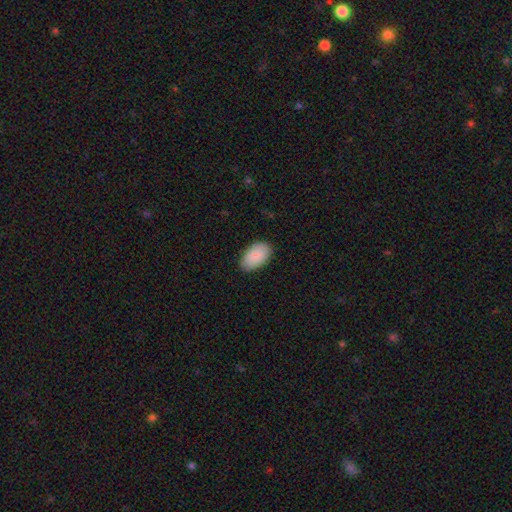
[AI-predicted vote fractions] Smooth or featured? Predicted: smooth (p=0.88). How rounded? Predicted: in between (p=0.94). Merging? Predicted: none (p=0.85).